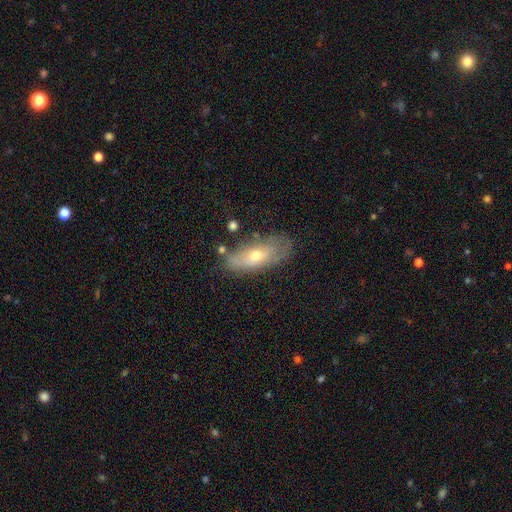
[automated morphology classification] Smooth or featured: smooth — 50% (featured or disk — 42%)
How rounded: in between — 78% (cigar-shaped — 18%)
Merging: none — 60% (minor disturbance — 26%)